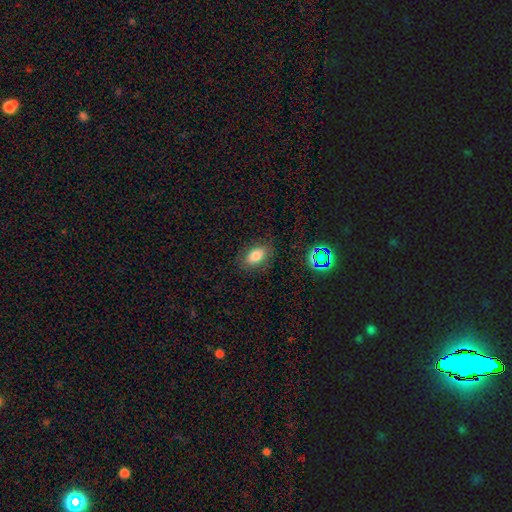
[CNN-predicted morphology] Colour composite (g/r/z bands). It shows a smooth galaxy with no disk features (80%) that is in between round and cigar-shaped (87%). Merging: none (83%).